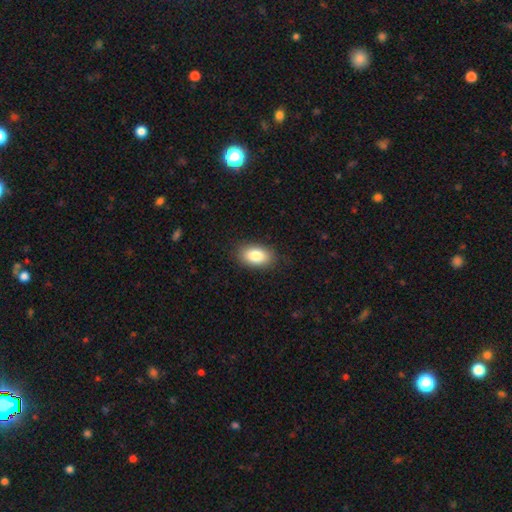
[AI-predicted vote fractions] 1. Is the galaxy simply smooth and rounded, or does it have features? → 84% smooth, 8% featured or disk, 8% star or artifact.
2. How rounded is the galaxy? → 90% in between, 8% round, 1% cigar-shaped.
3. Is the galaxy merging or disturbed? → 87% none, 10% minor disturbance, 2% major disturbance, 1% merger.